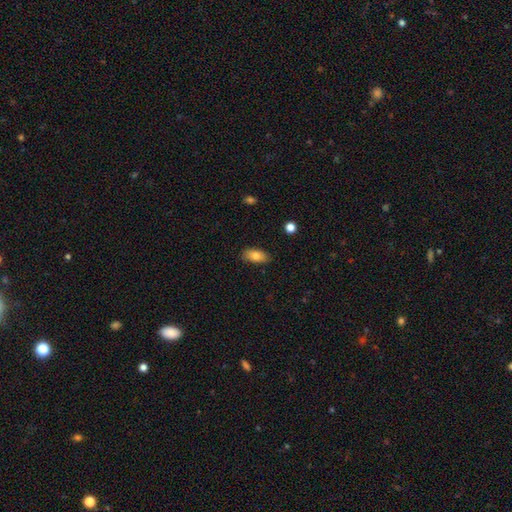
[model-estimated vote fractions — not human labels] Q: Smooth or featured?
A: smooth (79%); runner-up: featured or disk (14%)
Q: How rounded?
A: in between (90%); runner-up: cigar-shaped (6%)
Q: Merging?
A: none (85%); runner-up: minor disturbance (12%)